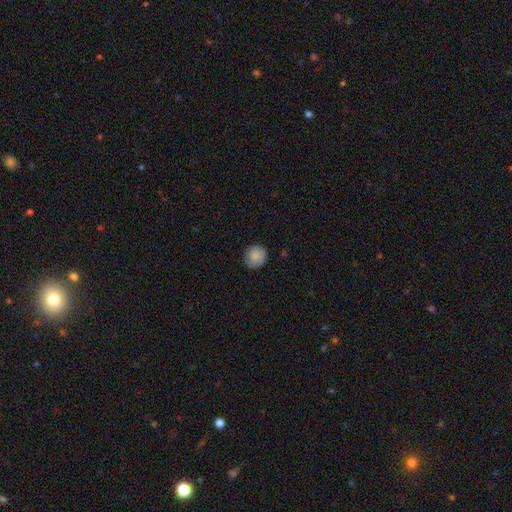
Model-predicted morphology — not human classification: A smooth galaxy with no disk features (84%) that is round (89%).

Vote fractions:
- Smooth or featured? smooth: 84% / featured or disk: 8% / star or artifact: 7%
- How rounded? round: 89% / in between: 10% / cigar-shaped: 1%
- Merging? none: 82% / minor disturbance: 14% / major disturbance: 3% / merger: 1%